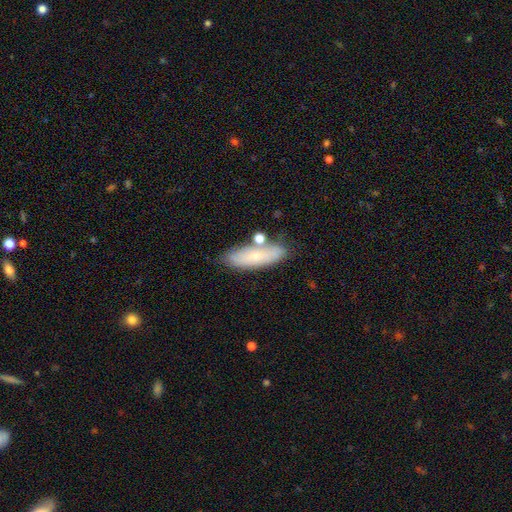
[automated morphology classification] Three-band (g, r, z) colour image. It shows a smooth galaxy with no disk features (65%) that is in between round and cigar-shaped (52%). Merging: none (72%).